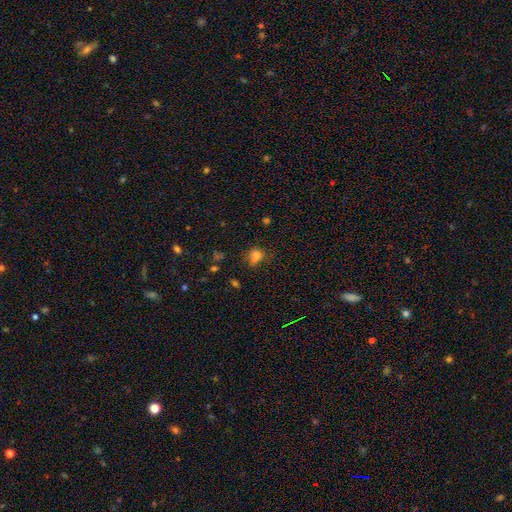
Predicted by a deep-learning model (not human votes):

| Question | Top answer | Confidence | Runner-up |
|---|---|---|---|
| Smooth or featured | smooth | 74% | star or artifact (17%) |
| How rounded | round | 62% | in between (37%) |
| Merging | none | 51% | minor disturbance (26%) |